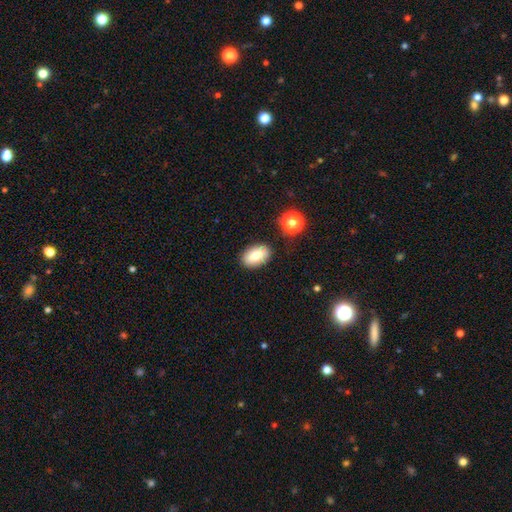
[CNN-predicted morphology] A smooth galaxy with no disk features (77%) that is in between round and cigar-shaped (90%).

Vote fractions:
- Smooth or featured? smooth: 77% / featured or disk: 14% / star or artifact: 9%
- How rounded? in between: 90% / round: 9% / cigar-shaped: 2%
- Merging? none: 84% / minor disturbance: 10% / merger: 3% / major disturbance: 3%